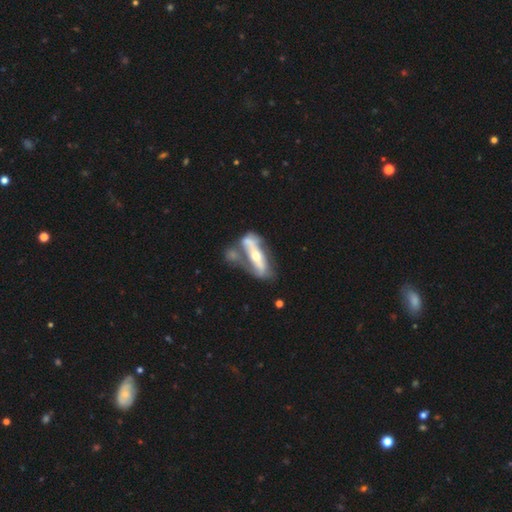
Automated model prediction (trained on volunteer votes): Q: Smooth or featured?
A: featured or disk (71%); runner-up: smooth (23%)
Q: Edge-on disk?
A: no (64%); runner-up: yes (36%)
Q: Merging?
A: merger (43%); runner-up: none (33%)